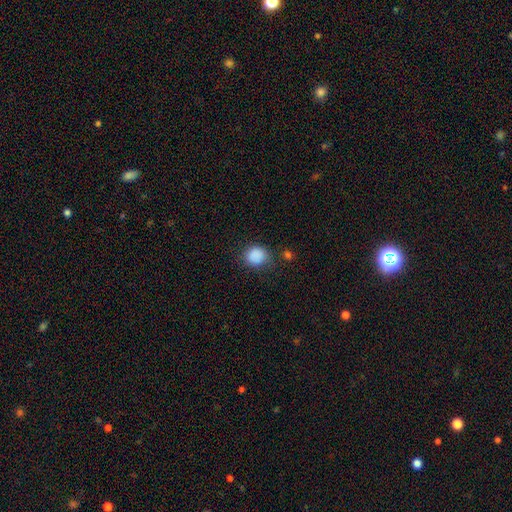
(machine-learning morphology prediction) Smooth or featured? smooth (87%)
How rounded? round (73%)
Merging? none (72%)